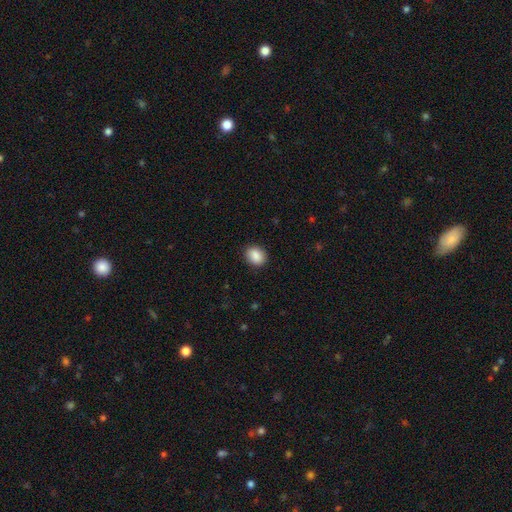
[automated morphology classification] Smooth or featured? smooth (88%)
How rounded? round (52%)
Merging? none (89%)